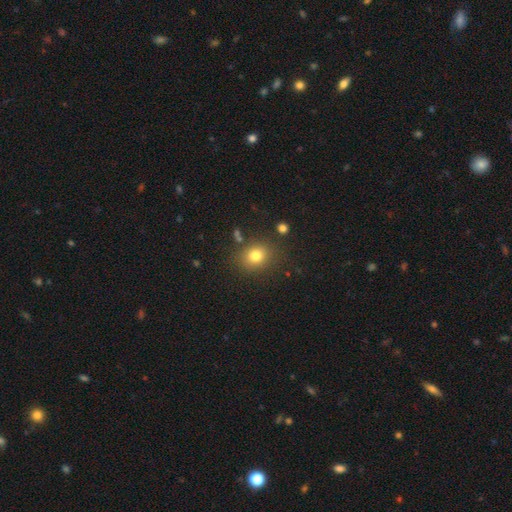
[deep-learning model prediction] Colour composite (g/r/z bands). It shows a smooth galaxy with no disk features (78%) that is round (67%). Merging: none (82%).